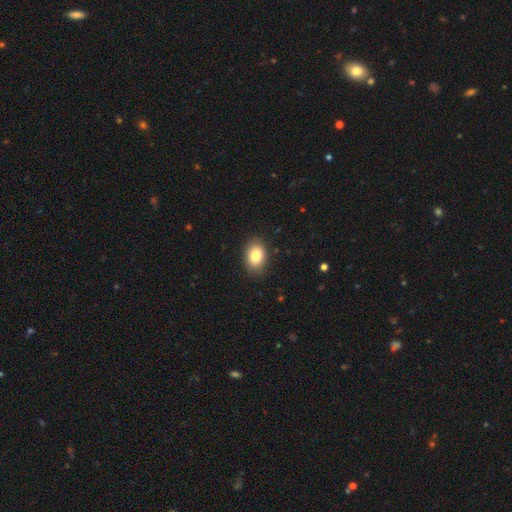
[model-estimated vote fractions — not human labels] The model was most divided on "how rounded": in between: 81%, round: 18%, cigar-shaped: 1%. More confident: merging — none (86%); smooth or featured — smooth (84%).